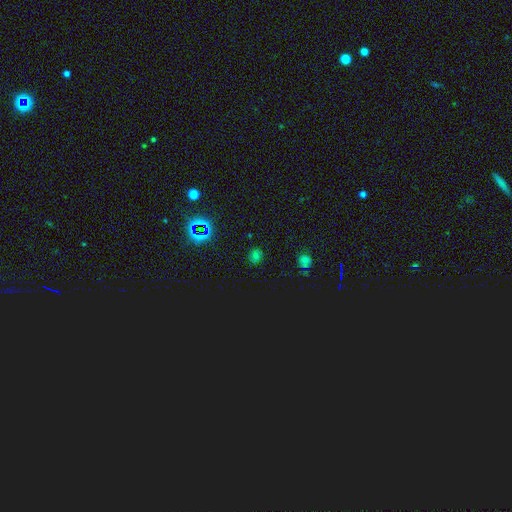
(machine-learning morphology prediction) Overall: smooth (48%; star or artifact 45%). Merging: none (85%).